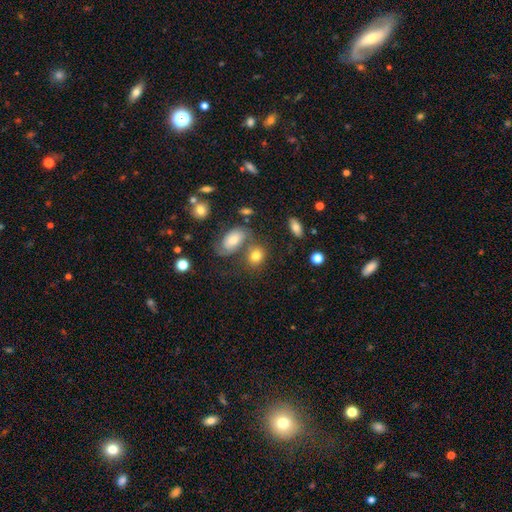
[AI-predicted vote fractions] This appears to be a smooth galaxy with no disk features (75%) that is in between round and cigar-shaped (56%). Merging: none (52%).